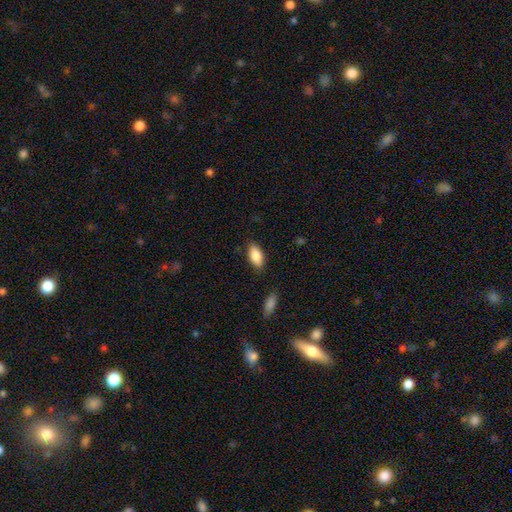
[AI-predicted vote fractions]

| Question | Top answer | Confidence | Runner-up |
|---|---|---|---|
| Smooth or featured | smooth | 86% | featured or disk (7%) |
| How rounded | in between | 91% | cigar-shaped (6%) |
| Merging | none | 83% | minor disturbance (12%) |